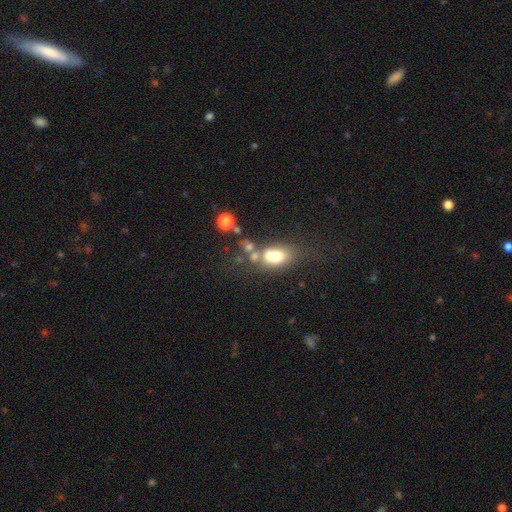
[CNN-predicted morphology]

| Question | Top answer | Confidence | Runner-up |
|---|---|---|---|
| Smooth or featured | smooth | 62% | featured or disk (21%) |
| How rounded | in between | 65% | round (30%) |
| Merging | none | 39% | merger (35%) |